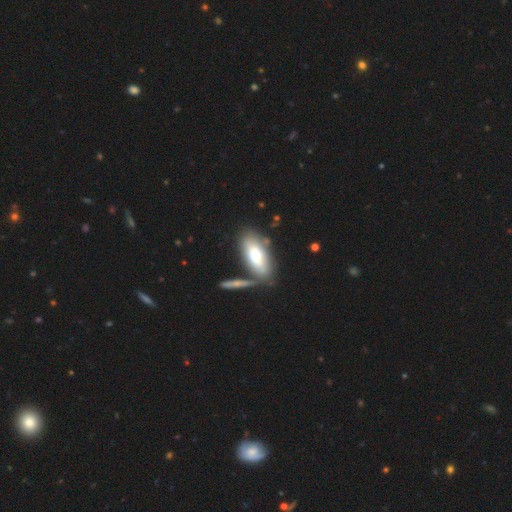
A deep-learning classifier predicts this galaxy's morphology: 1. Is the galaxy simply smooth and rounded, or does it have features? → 66% smooth, 28% featured or disk, 6% star or artifact.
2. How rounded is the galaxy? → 82% in between, 16% cigar-shaped, 2% round.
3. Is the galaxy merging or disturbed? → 62% none, 18% merger, 15% minor disturbance, 5% major disturbance.